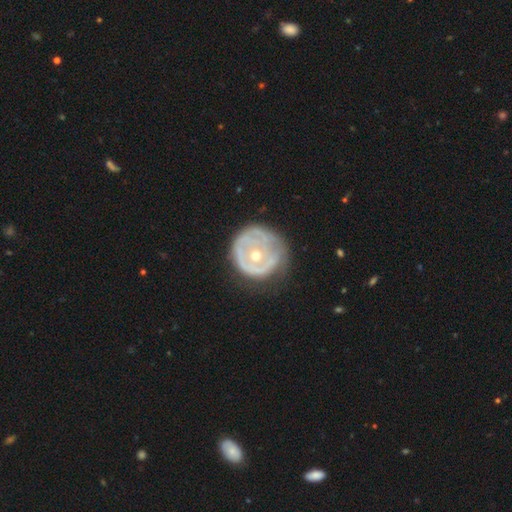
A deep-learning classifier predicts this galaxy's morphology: This is likely a featured or disk galaxy (66%). It is clearly not viewed edge-on (96%). Bar: clearly no (82%). Spiral arm pattern: possibly no (57%). Central bulge: possibly moderate (50%). Merging: possibly none (58%).